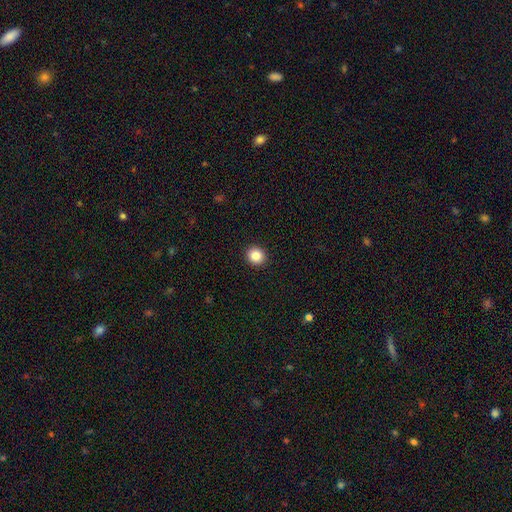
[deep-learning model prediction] Smooth or featured? smooth (86%)
How rounded? round (85%)
Merging? none (93%)